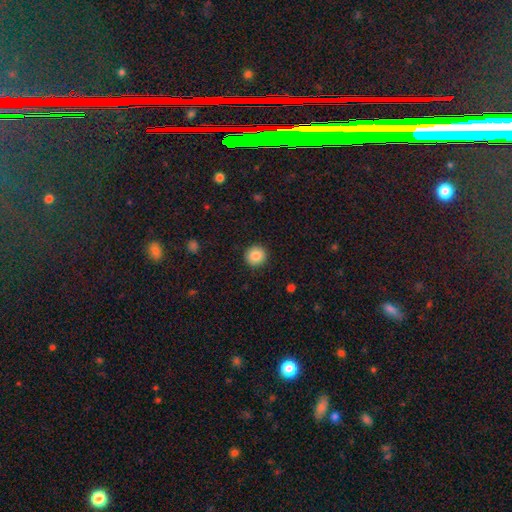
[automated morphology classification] Q: Smooth or featured?
A: smooth (87%); runner-up: star or artifact (9%)
Q: How rounded?
A: round (94%); runner-up: in between (5%)
Q: Merging?
A: none (92%); runner-up: minor disturbance (5%)